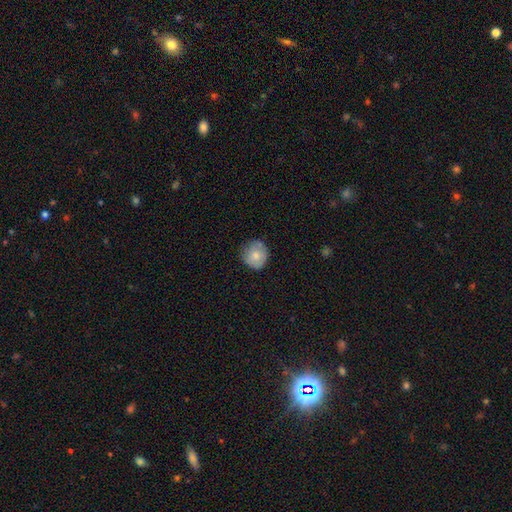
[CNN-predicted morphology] Overall: smooth (76%). How rounded: round (88%). Merging: none (71%).